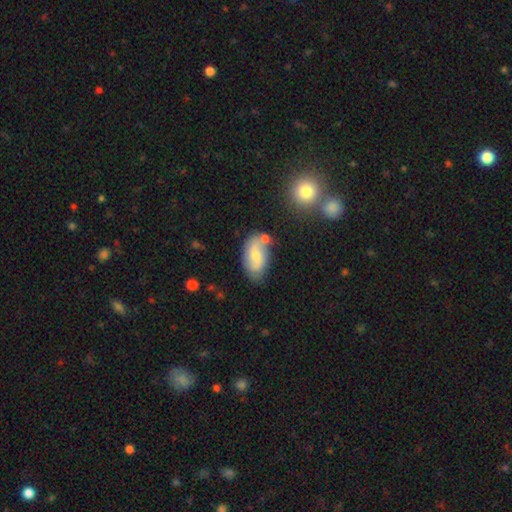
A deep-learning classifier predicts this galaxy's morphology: Smooth or featured? featured or disk (46%, tied with smooth)
Merging? none (62%)